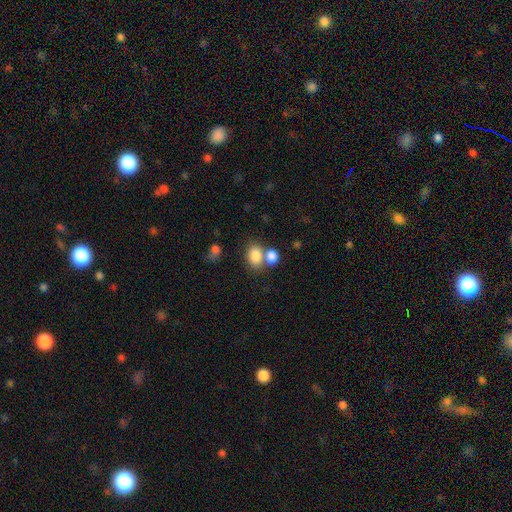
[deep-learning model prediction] This is clearly a smooth galaxy (83%). How rounded: possibly in between (59%). Merging: possibly none (46%).